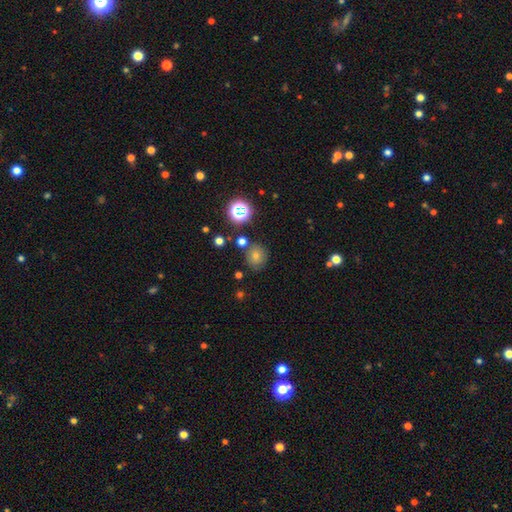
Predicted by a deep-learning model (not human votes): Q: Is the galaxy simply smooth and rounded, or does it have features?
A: smooth — 67%.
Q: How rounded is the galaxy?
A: round — 80%.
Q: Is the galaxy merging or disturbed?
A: none — 74%.